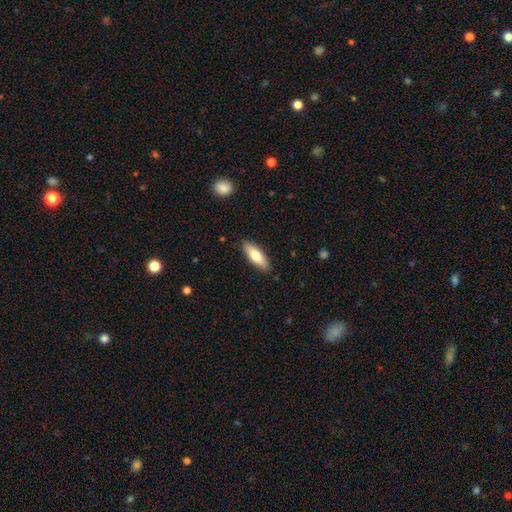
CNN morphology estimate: The model was most divided on "how rounded": in between: 59%, cigar-shaped: 39%, round: 2%. More confident: merging — none (88%); smooth or featured — smooth (74%).